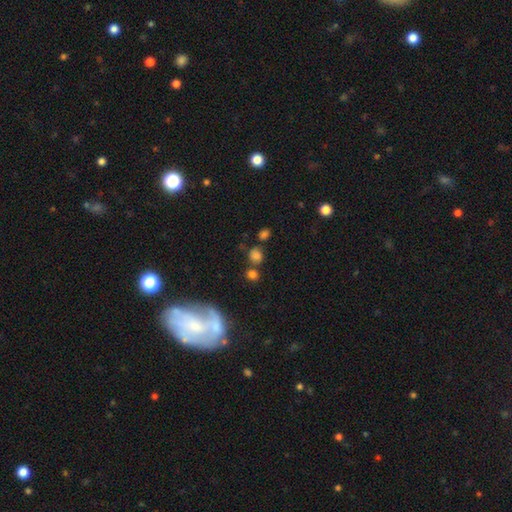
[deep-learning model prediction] Morphology: type=smooth (72%); roundness=round (74%); merging=none (63%).